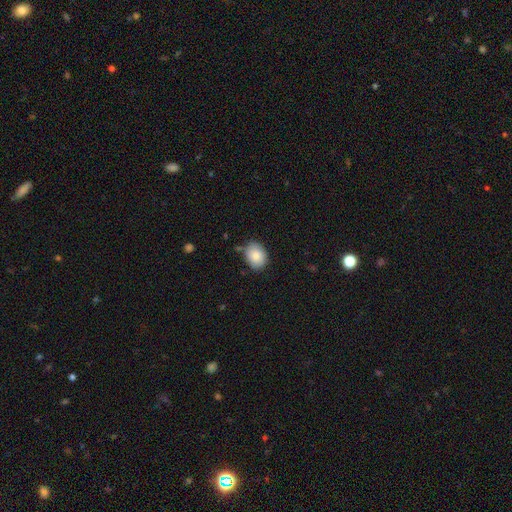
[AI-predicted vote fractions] A smooth galaxy with no disk features (84%) that is in between round and cigar-shaped (60%).

Vote fractions:
- Smooth or featured? smooth: 84% / featured or disk: 9% / star or artifact: 7%
- How rounded? in between: 60% / round: 39% / cigar-shaped: 1%
- Merging? none: 77% / minor disturbance: 17% / merger: 3% / major disturbance: 3%